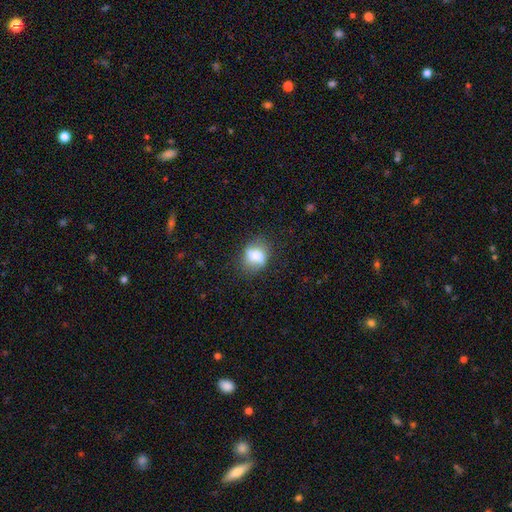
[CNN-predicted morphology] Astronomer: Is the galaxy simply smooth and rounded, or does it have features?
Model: smooth — 58%.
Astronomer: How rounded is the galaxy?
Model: in between — 51% (runner-up: round, 45%).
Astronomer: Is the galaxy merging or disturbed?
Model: none — 64%.